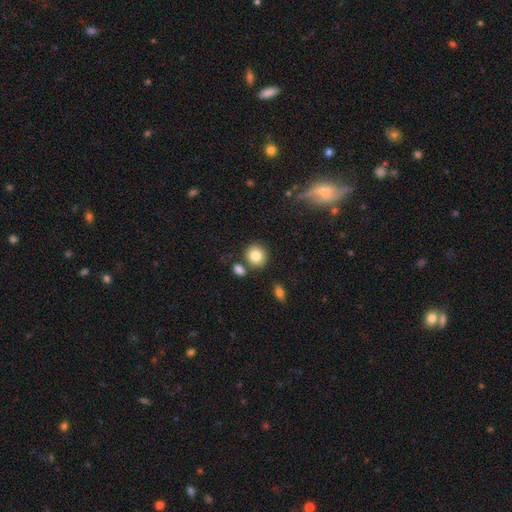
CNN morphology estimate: Q: Smooth or featured?
A: smooth (83%); runner-up: star or artifact (9%)
Q: How rounded?
A: round (87%); runner-up: in between (12%)
Q: Merging?
A: none (78%); runner-up: merger (10%)